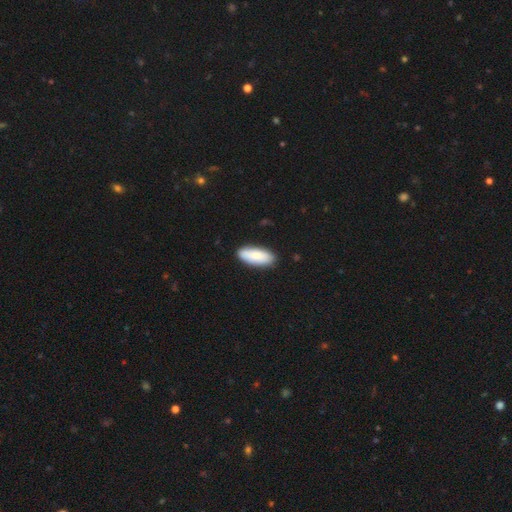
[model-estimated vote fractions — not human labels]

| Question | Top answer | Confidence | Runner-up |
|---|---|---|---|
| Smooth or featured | smooth | 81% | featured or disk (13%) |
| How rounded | in between | 83% | cigar-shaped (15%) |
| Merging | none | 86% | minor disturbance (11%) |